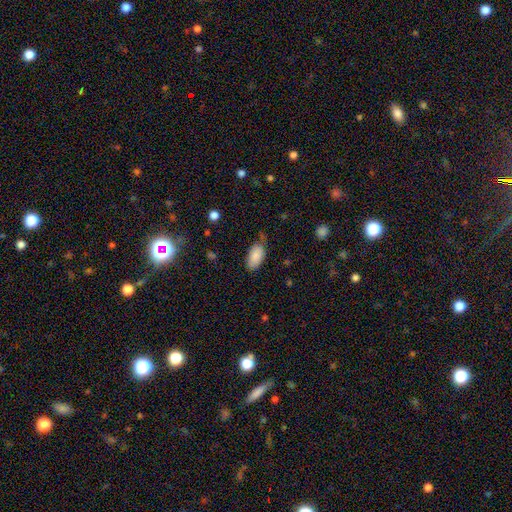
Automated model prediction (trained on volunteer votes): Overall: smooth (87%). How rounded: in between (95%). Merging: none (67%).